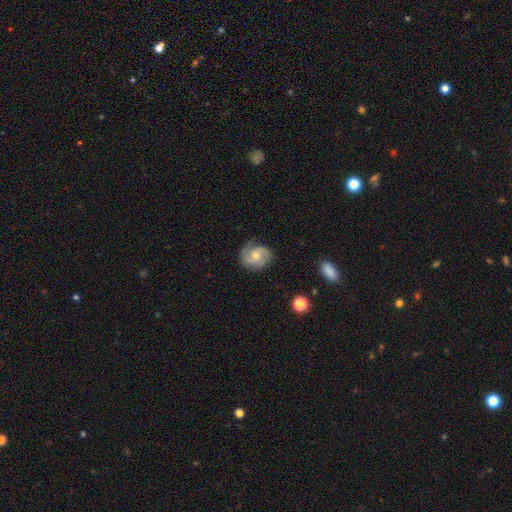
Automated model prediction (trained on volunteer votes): A featured or disk galaxy (72%) with no bar (67%), 2 (57%) medium (47%) spiral arms (95%) and a moderate central bulge (56%). Merging: none (78%).